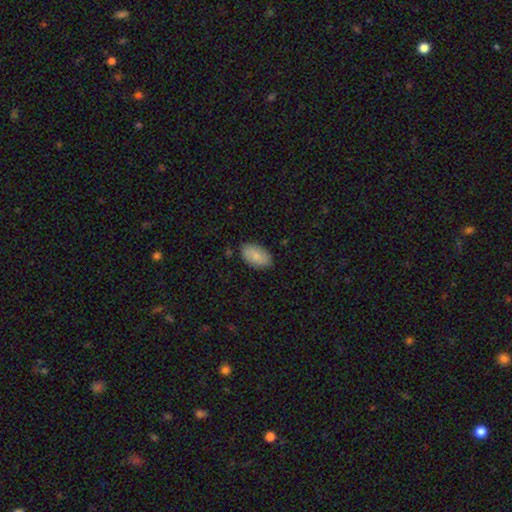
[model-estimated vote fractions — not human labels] Smooth or featured? Predicted: smooth (p=0.83). How rounded? Predicted: in between (p=0.94). Merging? Predicted: none (p=0.83).